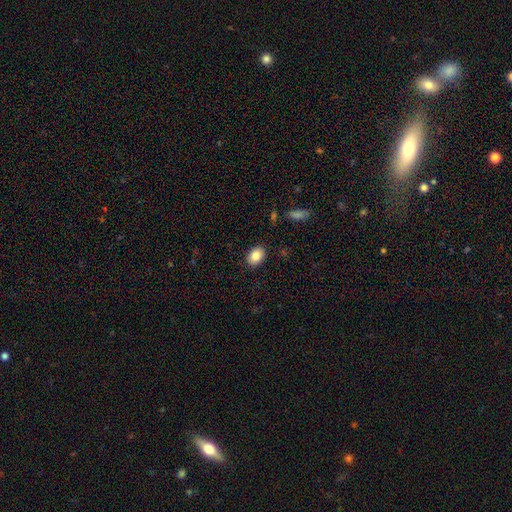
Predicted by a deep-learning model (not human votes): Q: Smooth or featured?
A: smooth (86%); runner-up: star or artifact (8%)
Q: How rounded?
A: in between (82%); runner-up: round (17%)
Q: Merging?
A: none (88%); runner-up: minor disturbance (9%)